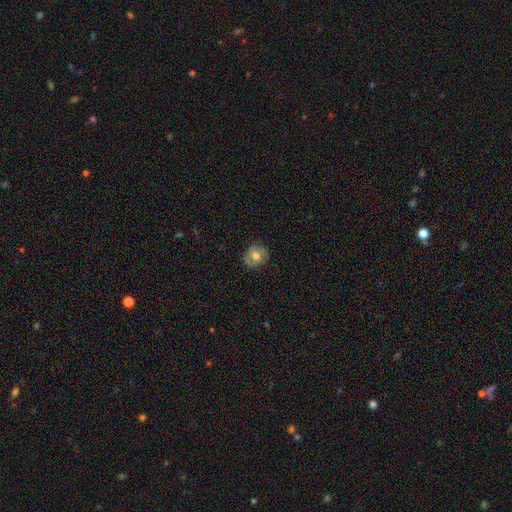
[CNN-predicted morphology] Smooth or featured?
  - smooth: 58% *
  - featured or disk: 33%
  - star or artifact: 9%
How rounded?
  - round: 71% *
  - in between: 28%
  - cigar-shaped: 1%
Merging?
  - none: 80% *
  - minor disturbance: 15%
  - major disturbance: 4%
  - merger: 1%